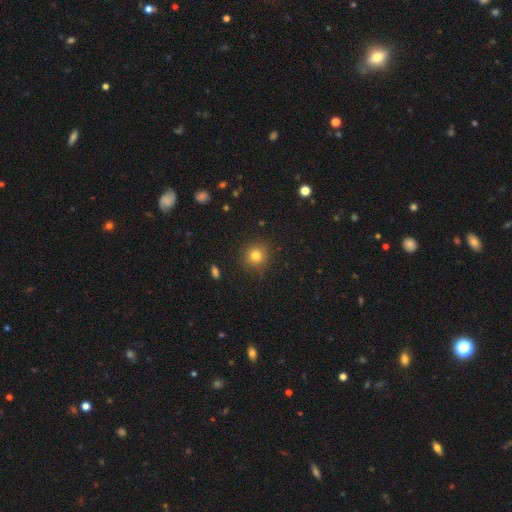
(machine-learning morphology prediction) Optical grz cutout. It shows a smooth galaxy with no disk features (79%) that is round (92%). Merging: none (88%).